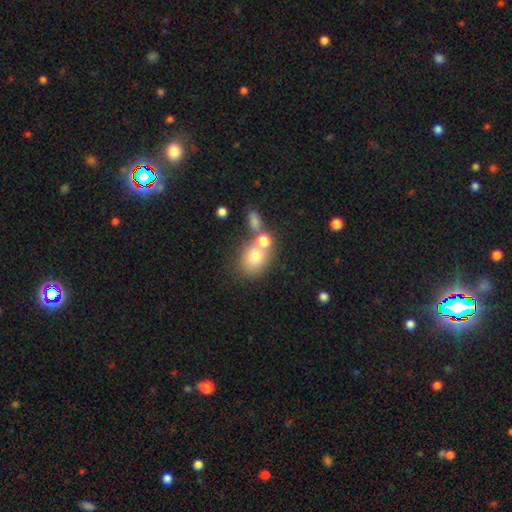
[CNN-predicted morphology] Overall: smooth (73%). How rounded: round (56%; in between 43%). Merging: none (42%; merger 41%).